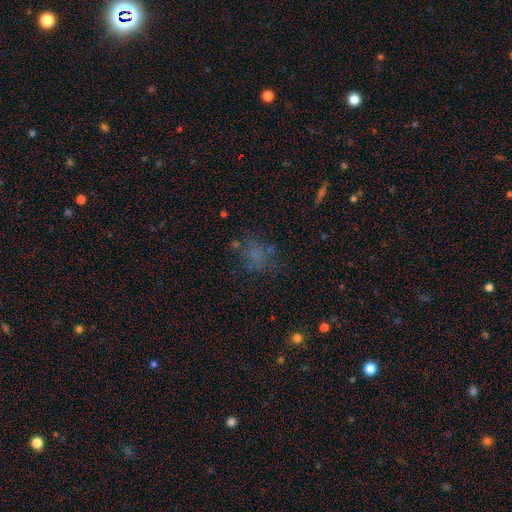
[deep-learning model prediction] A smooth galaxy with no disk features (52%) that is in between round and cigar-shaped (53%).

Vote fractions:
- Smooth or featured? smooth: 52% / star or artifact: 24% / featured or disk: 23%
- How rounded? in between: 53% / round: 45% / cigar-shaped: 2%
- Merging? none: 57% / minor disturbance: 19% / major disturbance: 19% / merger: 5%